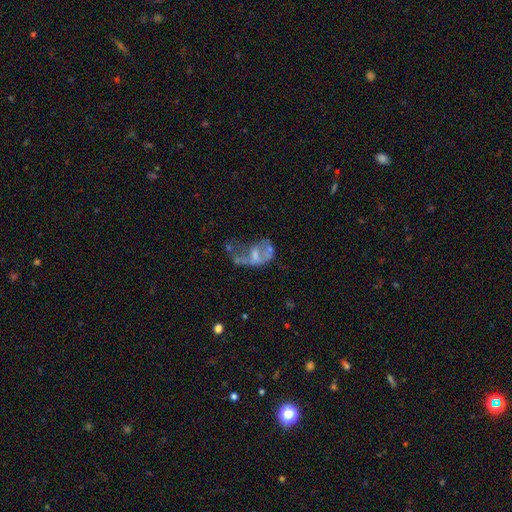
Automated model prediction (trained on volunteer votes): Q: Smooth or featured?
A: featured or disk (55%); runner-up: smooth (31%)
Q: Edge-on disk?
A: no (97%); runner-up: yes (3%)
Q: Bar?
A: no (74%); runner-up: weak (20%)
Q: Spiral arms?
A: no (85%); runner-up: yes (15%)
Q: Bulge size?
A: none (48%); runner-up: moderate (23%)
Q: Merging?
A: major disturbance (44%); runner-up: merger (24%)